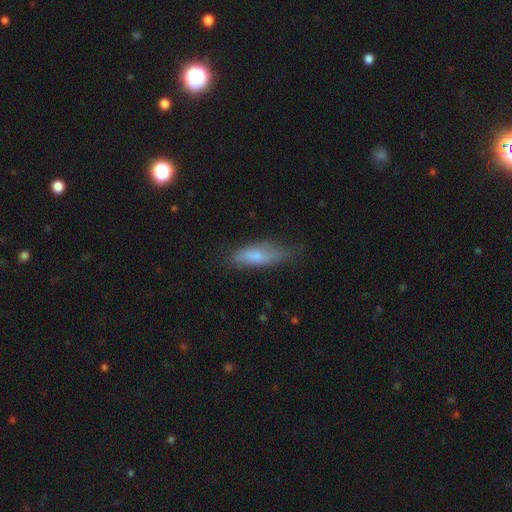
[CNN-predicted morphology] type=smooth (71%); roundness=in between (58%); merging=none (63%).